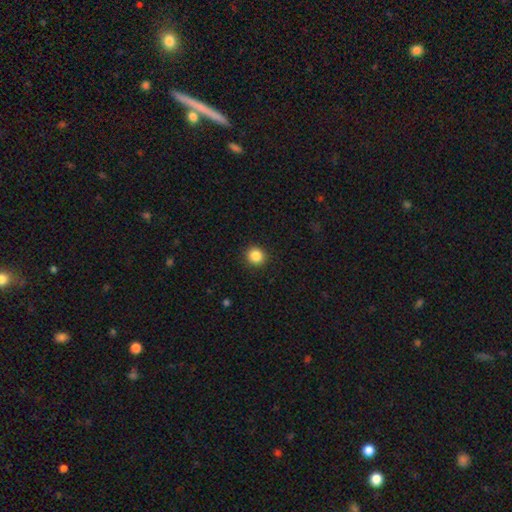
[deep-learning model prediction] Smooth or featured?
  - smooth: 86% *
  - star or artifact: 10%
  - featured or disk: 3%
How rounded?
  - round: 91% *
  - in between: 8%
  - cigar-shaped: 1%
Merging?
  - none: 92% *
  - minor disturbance: 5%
  - major disturbance: 2%
  - merger: 1%